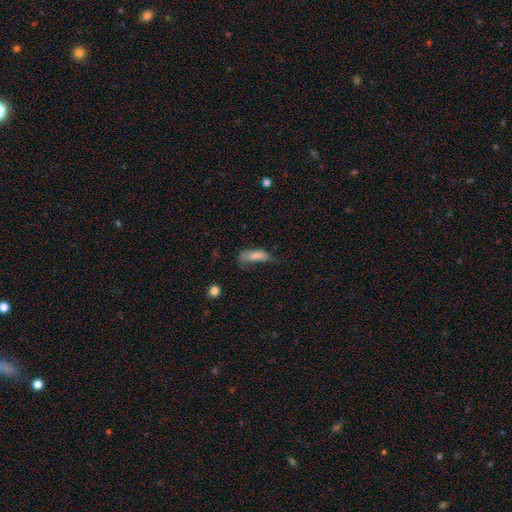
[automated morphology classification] Smooth or featured? Predicted: smooth (p=0.74). How rounded? Predicted: in between (p=0.70). Merging? Predicted: major disturbance (p=0.38).